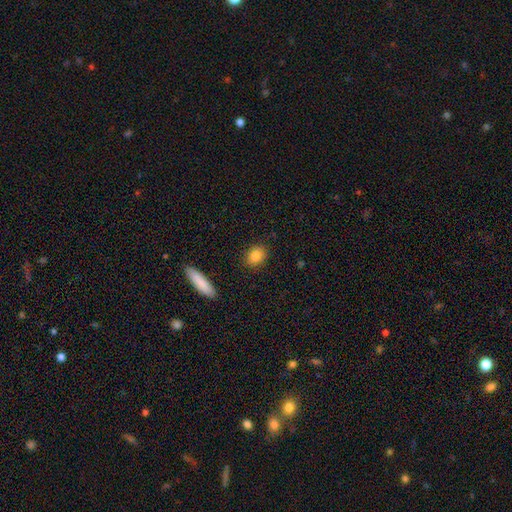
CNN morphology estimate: Overall: smooth (84%). How rounded: in between (54%; round 44%). Merging: none (89%).